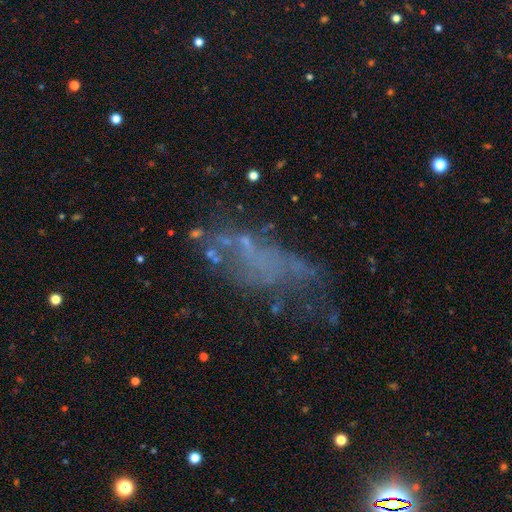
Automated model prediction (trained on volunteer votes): Smooth or featured? Predicted: featured or disk (p=0.48). Merging? Predicted: none (p=0.44).